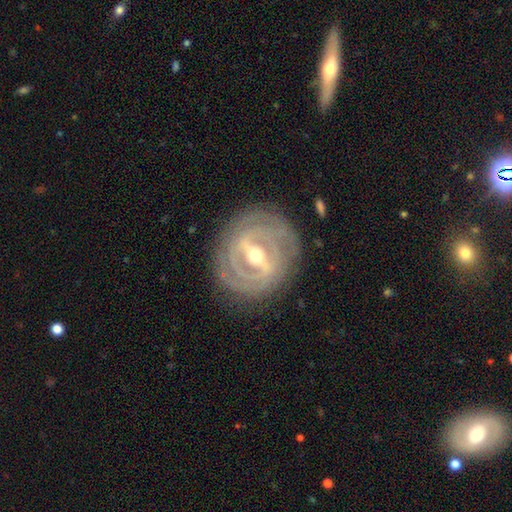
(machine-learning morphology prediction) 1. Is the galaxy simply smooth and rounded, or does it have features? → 88% featured or disk, 7% smooth, 5% star or artifact.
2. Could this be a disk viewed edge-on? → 92% no, 8% yes.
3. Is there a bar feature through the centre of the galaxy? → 69% strong, 25% weak, 7% no.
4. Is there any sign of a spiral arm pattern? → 83% yes, 17% no.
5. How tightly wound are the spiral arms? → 78% tight, 17% medium, 5% loose.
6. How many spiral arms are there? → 38% can't tell, 25% 2, 16% 3, 10% 4, 5% more than 4, 5% 1.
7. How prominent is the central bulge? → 56% moderate, 40% small, 2% large, 1% dominant, 1% none.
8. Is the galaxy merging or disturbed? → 83% none, 11% minor disturbance, 4% major disturbance, 1% merger.